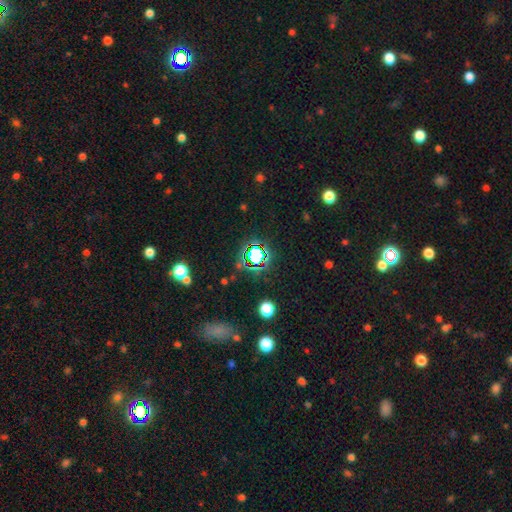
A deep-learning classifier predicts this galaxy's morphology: type=star or artifact (67%).